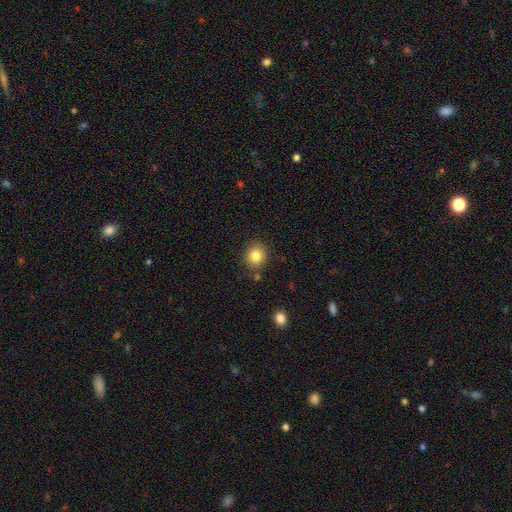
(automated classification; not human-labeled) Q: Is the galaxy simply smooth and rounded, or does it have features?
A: smooth — 84%.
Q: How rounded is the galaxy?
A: round — 81%.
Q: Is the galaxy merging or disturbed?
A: none — 83%.